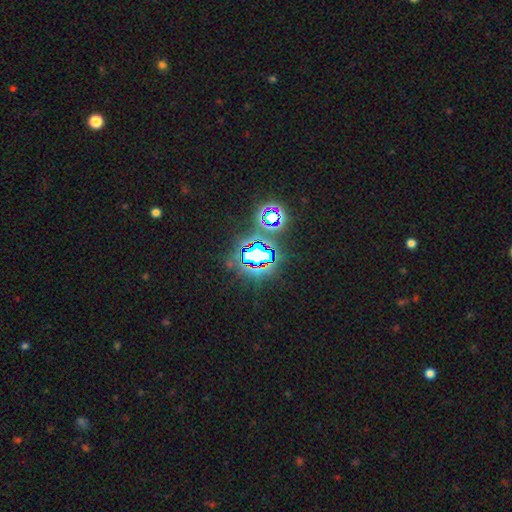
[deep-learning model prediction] Smooth or featured?
  - star or artifact: 77% *
  - smooth: 13%
  - featured or disk: 10%